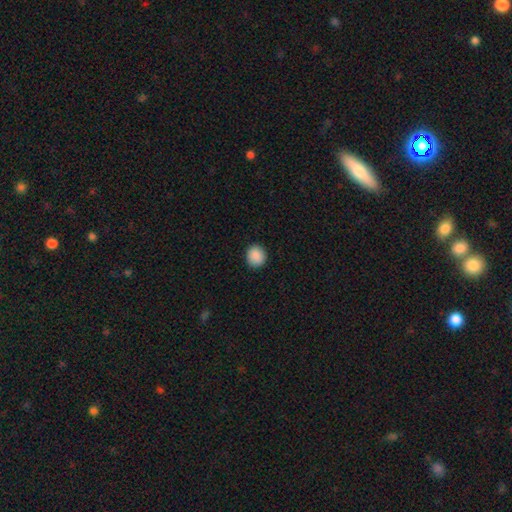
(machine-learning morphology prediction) A smooth galaxy with no disk features (90%) that is round (81%).

Vote fractions:
- Smooth or featured? smooth: 90% / star or artifact: 8% / featured or disk: 2%
- How rounded? round: 81% / in between: 18% / cigar-shaped: 1%
- Merging? none: 91% / minor disturbance: 7% / major disturbance: 2% / merger: 1%